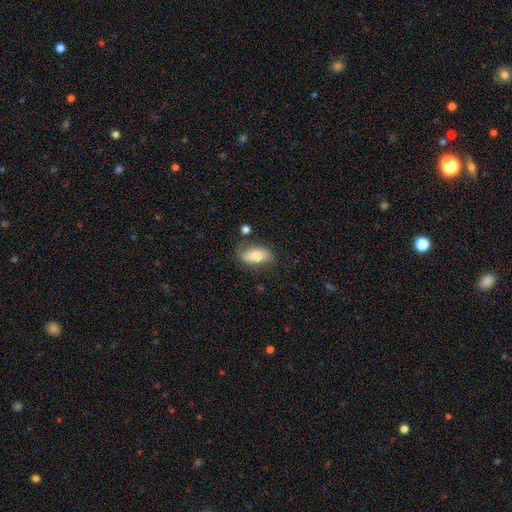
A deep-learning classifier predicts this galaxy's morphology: Q: Smooth or featured?
A: smooth (68%); runner-up: featured or disk (24%)
Q: How rounded?
A: in between (90%); runner-up: round (5%)
Q: Merging?
A: none (66%); runner-up: minor disturbance (22%)